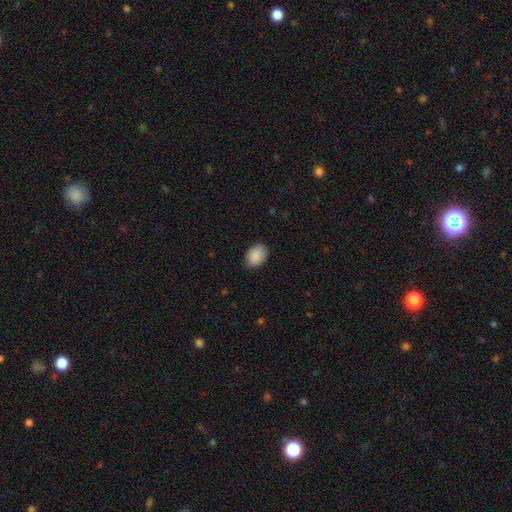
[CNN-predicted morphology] Q: Smooth or featured?
A: smooth (90%); runner-up: star or artifact (7%)
Q: How rounded?
A: in between (79%); runner-up: round (20%)
Q: Merging?
A: none (84%); runner-up: minor disturbance (13%)